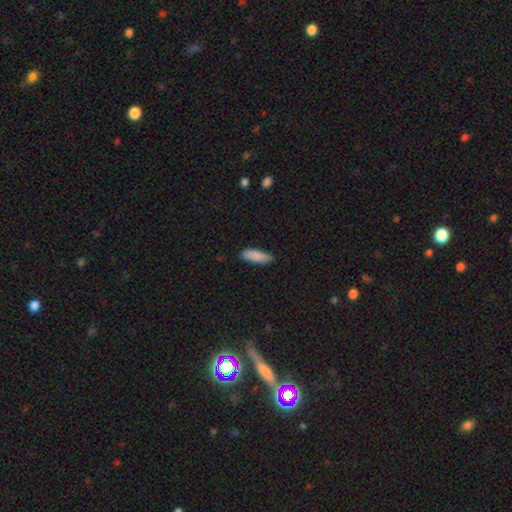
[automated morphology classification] Smooth or featured?
  - smooth: 89% *
  - star or artifact: 6%
  - featured or disk: 5%
How rounded?
  - in between: 54% *
  - cigar-shaped: 45%
  - round: 2%
Merging?
  - none: 85% *
  - minor disturbance: 12%
  - major disturbance: 2%
  - merger: 1%